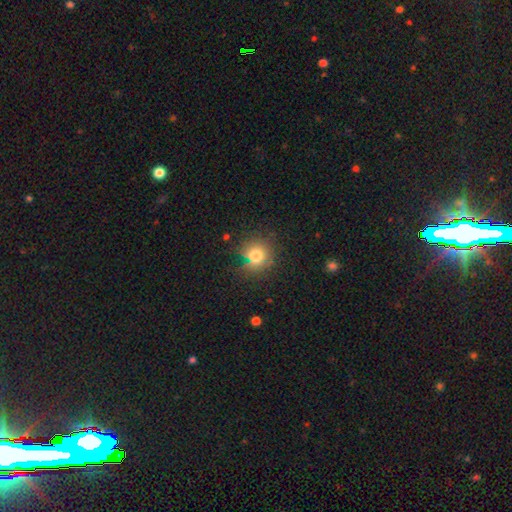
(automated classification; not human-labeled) A smooth galaxy with no disk features (75%) that is round (86%). Merging: none (73%).